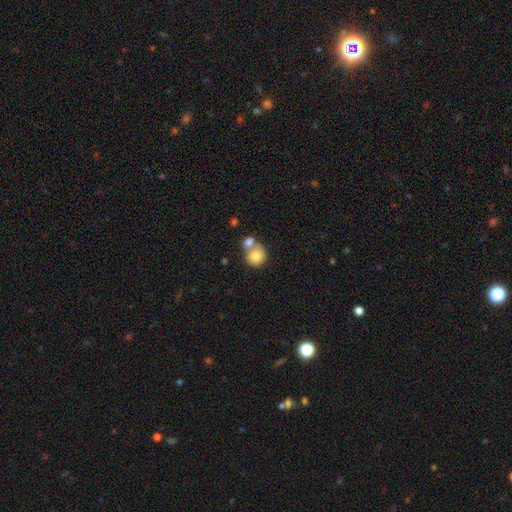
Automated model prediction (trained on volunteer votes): smooth_or_featured: smooth (p=0.79) [alt: featured or disk p=0.12]
how_rounded: round (p=0.86) [alt: in between p=0.13]
merging: merger (p=0.46) [alt: none p=0.42]